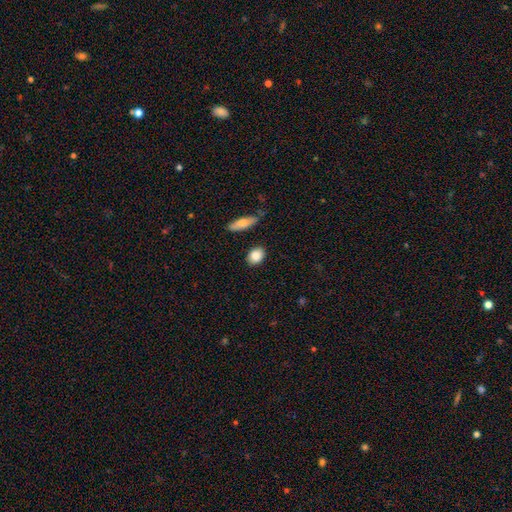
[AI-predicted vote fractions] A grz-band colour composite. It shows a smooth galaxy with no disk features (86%) that is in between round and cigar-shaped (65%). Merging: none (85%).